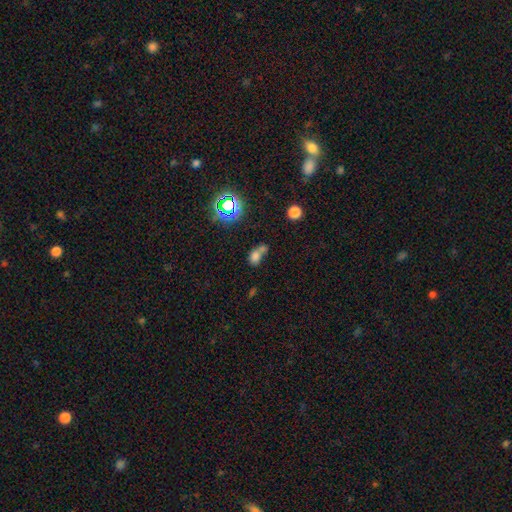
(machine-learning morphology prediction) Smooth or featured: smooth — 65% (star or artifact — 21%)
How rounded: in between — 68% (round — 29%)
Merging: merger — 51% (none — 25%)